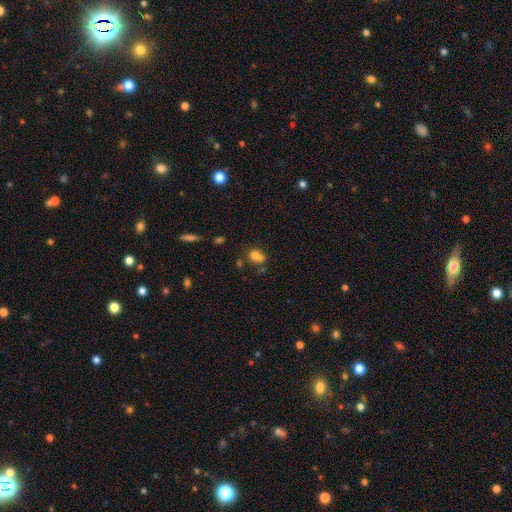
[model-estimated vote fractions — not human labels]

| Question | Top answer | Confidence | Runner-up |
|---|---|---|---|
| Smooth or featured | smooth | 71% | featured or disk (15%) |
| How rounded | round | 49% | tied: in between (49%) |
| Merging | merger | 41% | none (38%) |